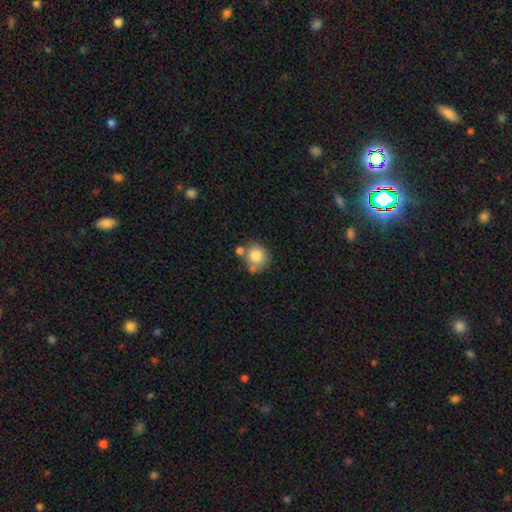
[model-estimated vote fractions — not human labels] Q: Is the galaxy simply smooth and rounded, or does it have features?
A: smooth — 80%.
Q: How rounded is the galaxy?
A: round — 86%.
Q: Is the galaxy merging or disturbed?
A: none — 55%.